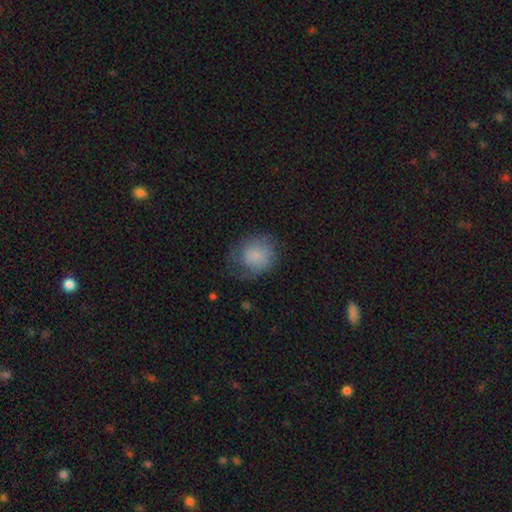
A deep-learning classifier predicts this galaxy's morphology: smooth_or_featured: smooth (p=0.74) [alt: featured or disk p=0.18]
how_rounded: round (p=0.74) [alt: in between p=0.25]
merging: none (p=0.53) [alt: minor disturbance p=0.27]